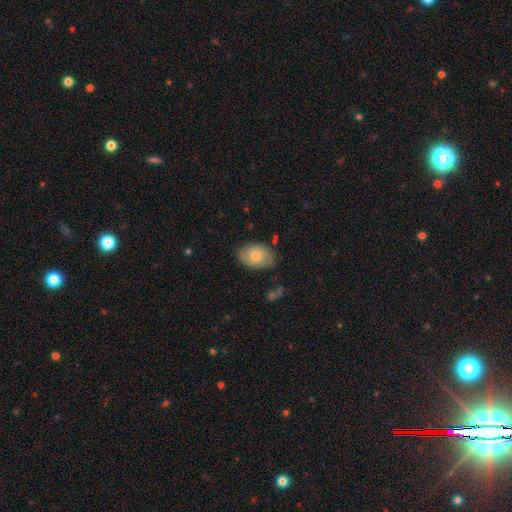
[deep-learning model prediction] This is likely a smooth galaxy (61%). How rounded: clearly in between (80%). Merging: likely none (72%).